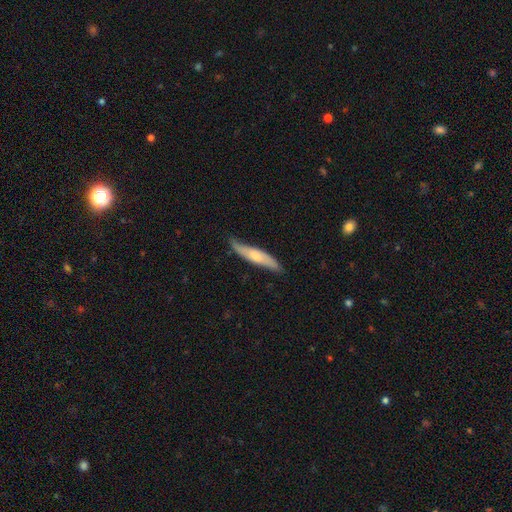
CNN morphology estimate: This appears to be a smooth galaxy with no disk features (53%) that is cigar-shaped (84%). Merging: none (76%).